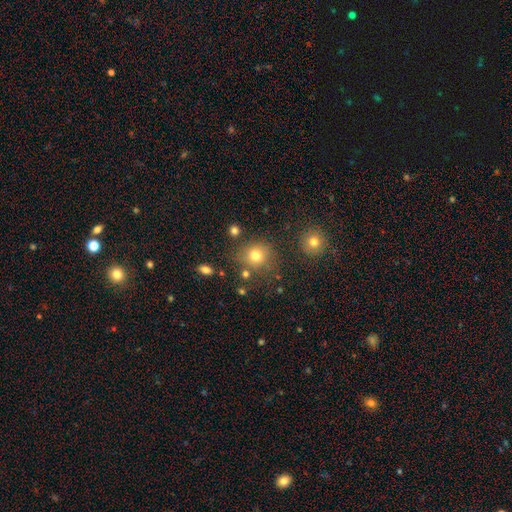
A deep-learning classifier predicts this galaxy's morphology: Smooth or featured: smooth — 76% (star or artifact — 15%)
How rounded: round — 83% (in between — 16%)
Merging: none — 74% (minor disturbance — 13%)